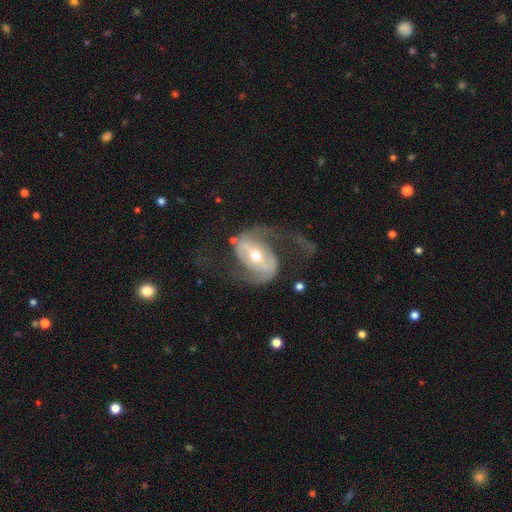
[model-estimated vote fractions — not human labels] Smooth or featured?
  - featured or disk: 89% *
  - smooth: 7%
  - star or artifact: 5%
Edge-on disk?
  - no: 97% *
  - yes: 3%
Bar?
  - strong: 45% *
  - weak: 35%
  - no: 20%
Spiral arms?
  - yes: 94% *
  - no: 6%
Spiral winding?
  - loose: 47% *
  - medium: 42%
  - tight: 11%
Spiral arm count?
  - 2: 92% *
  - can't tell: 3%
  - 1: 2%
  - 3: 1%
  - 4: 1%
  - more than 4: 1%
Bulge size?
  - moderate: 65% *
  - small: 29%
  - large: 4%
  - dominant: 1%
  - none: 1%
Merging?
  - none: 62% *
  - major disturbance: 21%
  - minor disturbance: 14%
  - merger: 2%